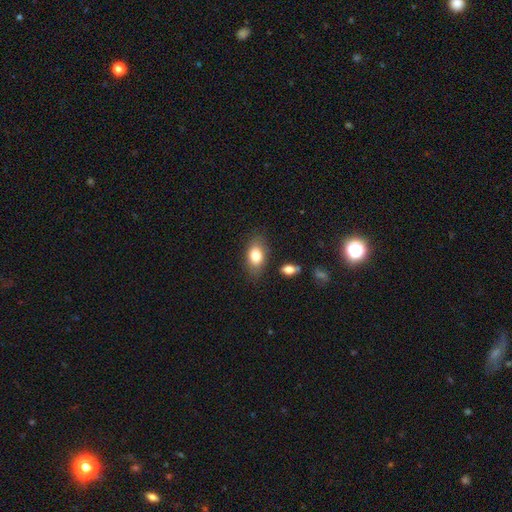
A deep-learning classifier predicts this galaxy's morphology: type=smooth (80%); roundness=in between (88%); merging=none (79%).